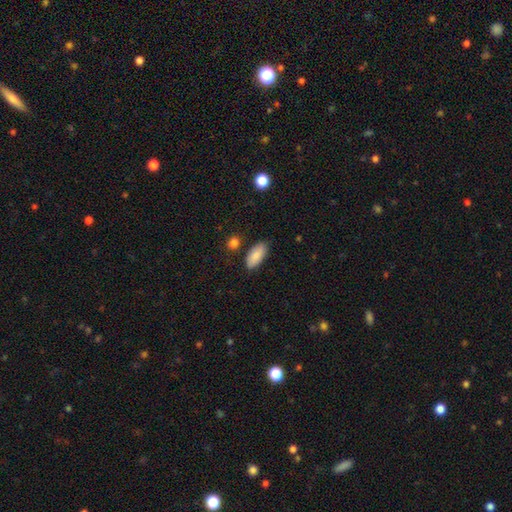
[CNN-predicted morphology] Smooth or featured?
  - smooth: 87% *
  - featured or disk: 7%
  - star or artifact: 6%
How rounded?
  - in between: 88% *
  - cigar-shaped: 10%
  - round: 2%
Merging?
  - none: 82% *
  - minor disturbance: 12%
  - merger: 3%
  - major disturbance: 3%